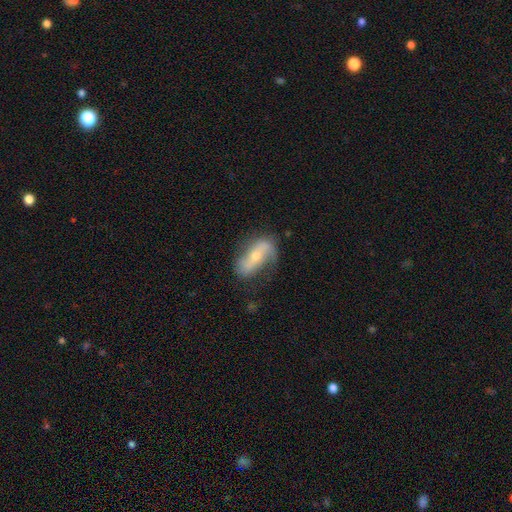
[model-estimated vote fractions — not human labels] A featured or disk galaxy (71%) with no bar (39%), 2 (85%) loose (66%) spiral arms (87%) and a moderate central bulge (48%). Merging: none (65%).